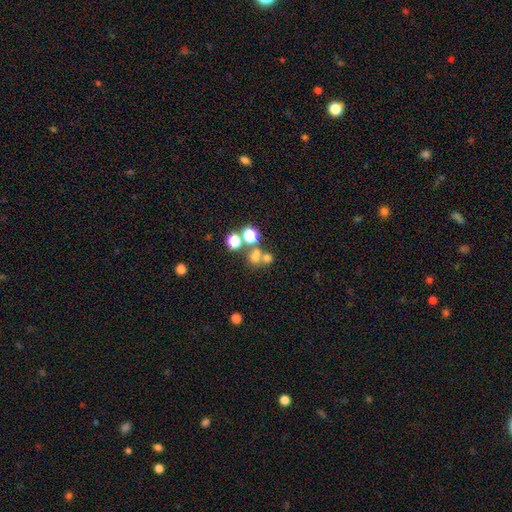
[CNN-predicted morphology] smooth_or_featured: smooth (p=0.59) [alt: star or artifact p=0.26]
how_rounded: round (p=0.85) [alt: in between p=0.14]
merging: none (p=0.49) [alt: merger p=0.39]